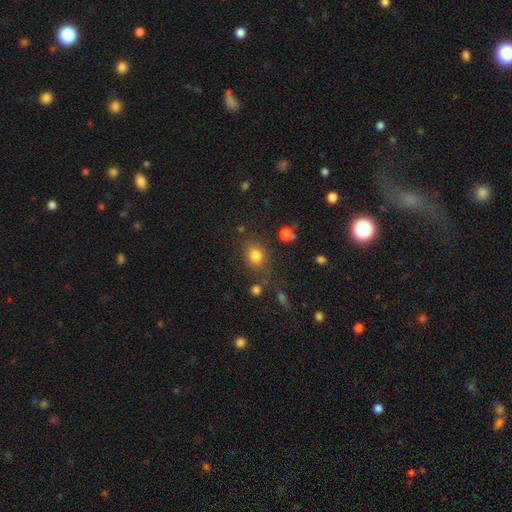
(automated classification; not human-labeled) smooth_or_featured: smooth (p=0.81) [alt: star or artifact p=0.13]
how_rounded: round (p=0.63) [alt: in between p=0.36]
merging: none (p=0.71) [alt: minor disturbance p=0.14]